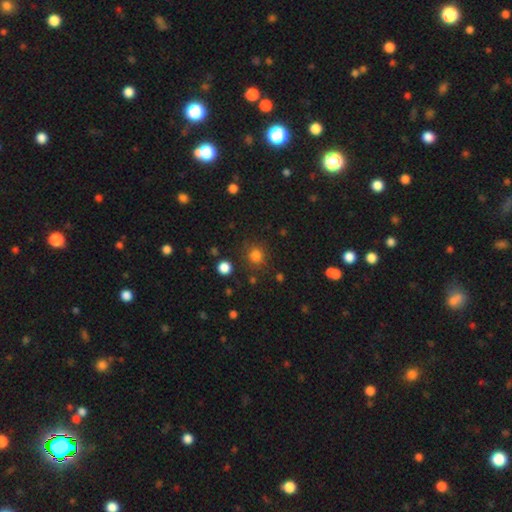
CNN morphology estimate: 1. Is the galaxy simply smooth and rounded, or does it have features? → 81% smooth, 14% star or artifact, 5% featured or disk.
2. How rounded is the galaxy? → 86% round, 13% in between, 1% cigar-shaped.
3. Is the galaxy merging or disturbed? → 83% none, 10% minor disturbance, 4% major disturbance, 3% merger.